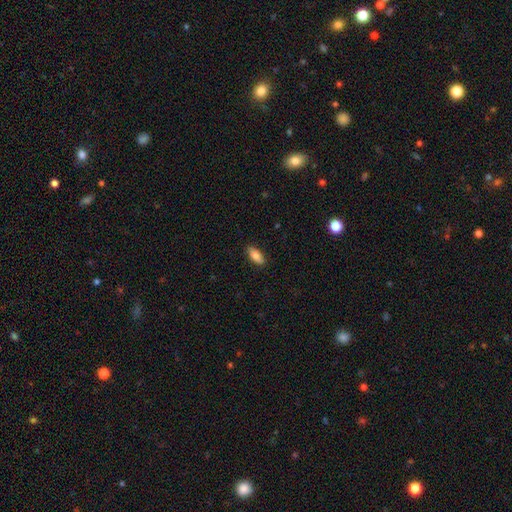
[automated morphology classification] A smooth galaxy with no disk features (81%) that is in between round and cigar-shaped (79%). Merging: none (88%).